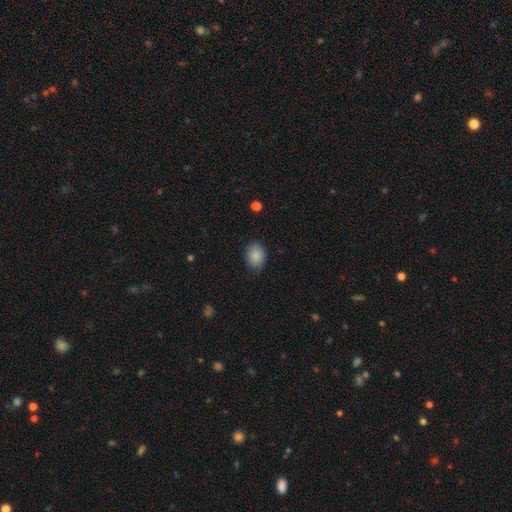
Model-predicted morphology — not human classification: Smooth or featured?
  - smooth: 87% *
  - star or artifact: 7%
  - featured or disk: 5%
How rounded?
  - in between: 64% *
  - round: 35%
  - cigar-shaped: 1%
Merging?
  - none: 71% *
  - minor disturbance: 24%
  - major disturbance: 4%
  - merger: 1%